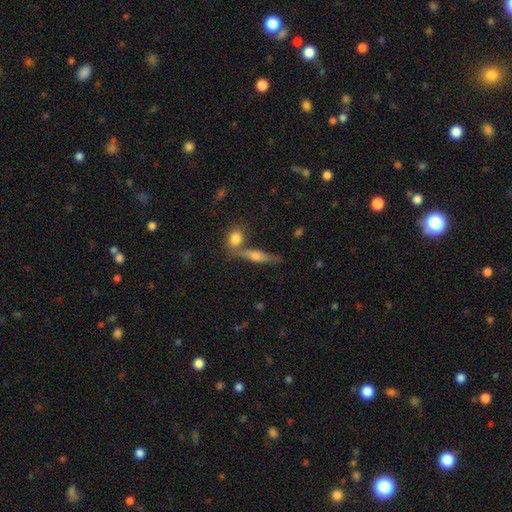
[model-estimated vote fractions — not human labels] smooth_or_featured: smooth (p=0.52) [alt: featured or disk p=0.40]
how_rounded: cigar-shaped (p=0.60) [alt: in between p=0.34]
merging: none (p=0.56) [alt: merger p=0.27]